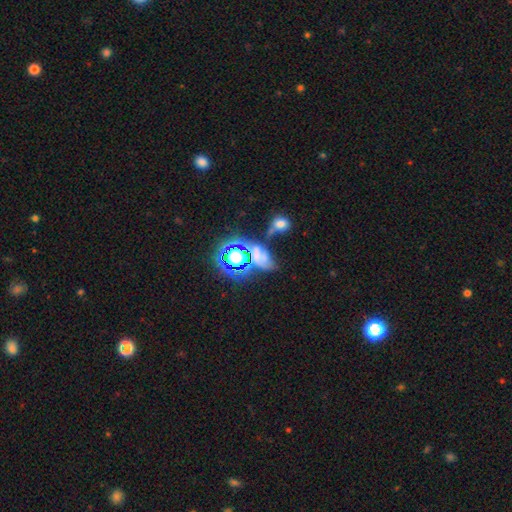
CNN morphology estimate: star or artifact 53%, smooth 30%, featured or disk 18%.